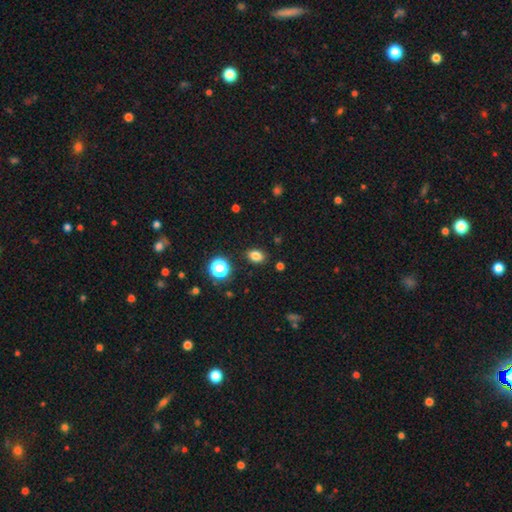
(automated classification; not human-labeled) Morphology: type=smooth (81%); roundness=in between (67%); merging=none (87%).